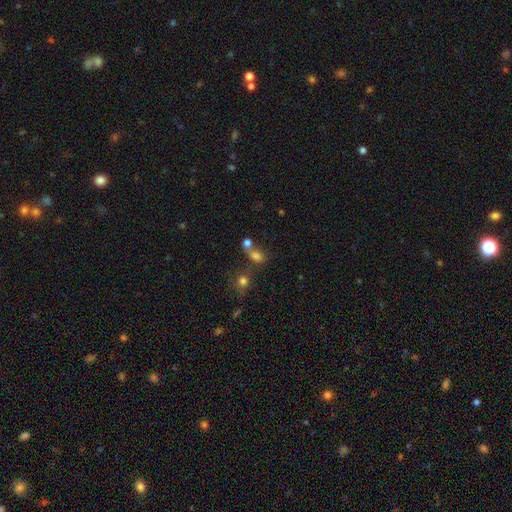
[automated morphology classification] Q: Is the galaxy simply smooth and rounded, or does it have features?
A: smooth — 75%.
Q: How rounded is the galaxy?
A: in between — 70%.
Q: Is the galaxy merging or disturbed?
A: merger — 43%.